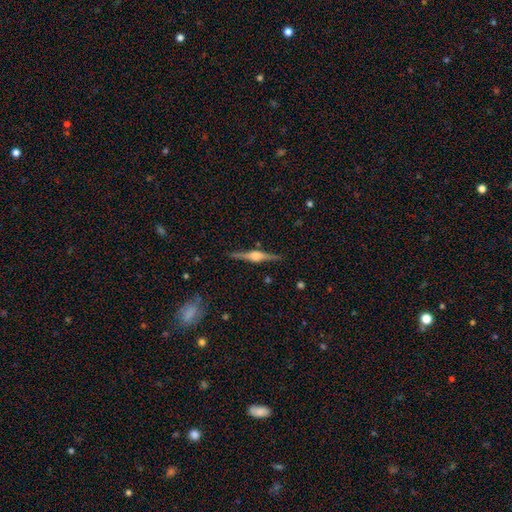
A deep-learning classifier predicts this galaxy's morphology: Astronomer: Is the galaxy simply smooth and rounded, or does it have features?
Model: featured or disk — 83%.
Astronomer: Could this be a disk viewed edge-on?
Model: yes — 98%.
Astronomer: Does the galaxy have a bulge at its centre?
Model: rounded — 86%.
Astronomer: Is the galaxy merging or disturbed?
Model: none — 90%.